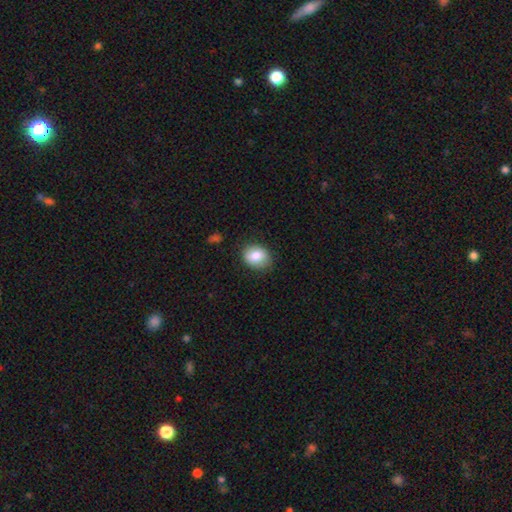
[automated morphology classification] type=smooth (83%); roundness=in between (52%); merging=none (80%).